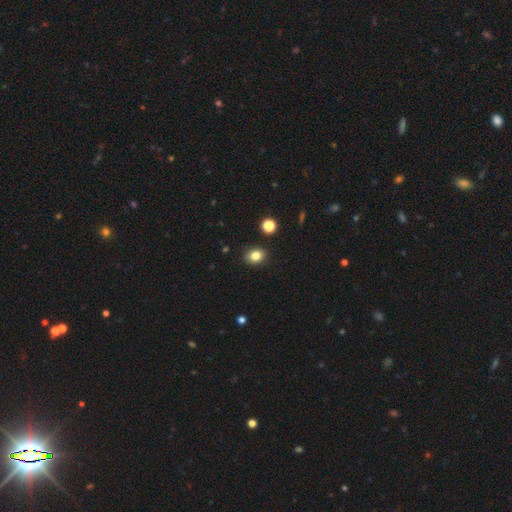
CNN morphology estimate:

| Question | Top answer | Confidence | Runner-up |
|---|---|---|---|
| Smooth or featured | smooth | 82% | star or artifact (12%) |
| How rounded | round | 50% | in between (48%) |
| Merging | none | 87% | minor disturbance (9%) |